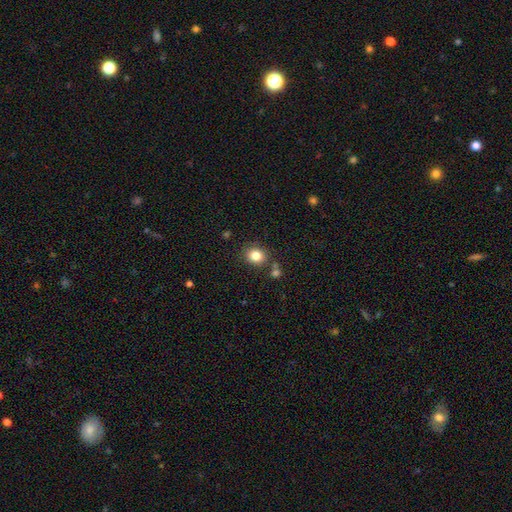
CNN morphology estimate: smooth 82%, star or artifact 11%, featured or disk 6%. Down the decision tree: how rounded — round (70%); merging — none (81%).